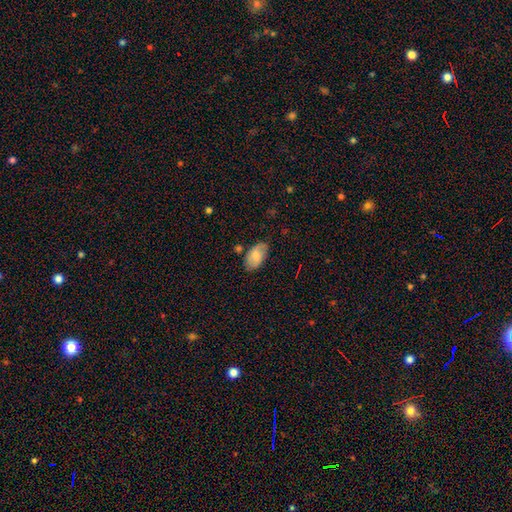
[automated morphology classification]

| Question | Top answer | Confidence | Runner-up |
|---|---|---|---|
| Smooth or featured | smooth | 71% | featured or disk (22%) |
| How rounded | in between | 94% | round (5%) |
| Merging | none | 73% | minor disturbance (19%) |